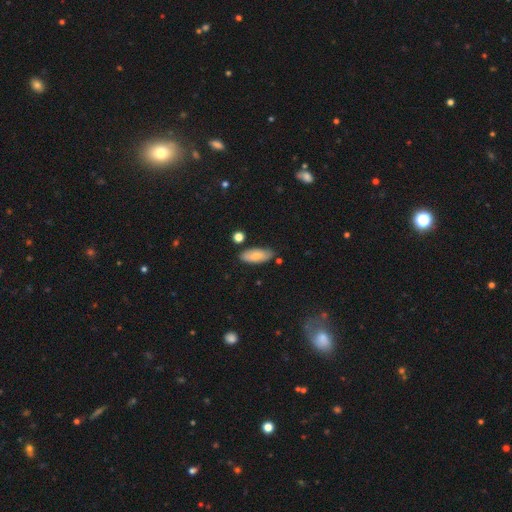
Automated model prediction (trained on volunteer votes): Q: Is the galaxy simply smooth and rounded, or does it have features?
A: smooth — 77%.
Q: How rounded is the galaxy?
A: in between — 83%.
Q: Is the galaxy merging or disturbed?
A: none — 78%.